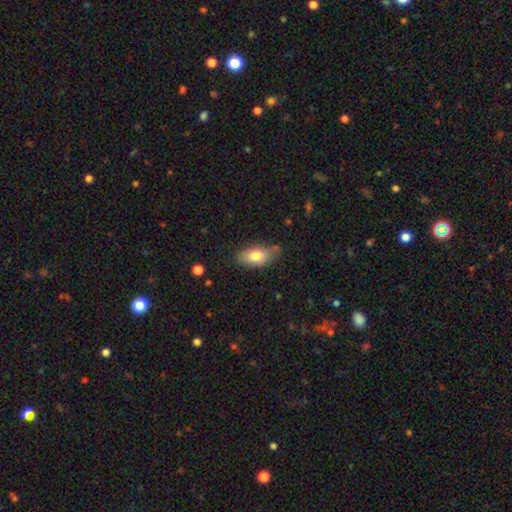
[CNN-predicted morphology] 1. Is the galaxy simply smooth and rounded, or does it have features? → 78% smooth, 15% featured or disk, 7% star or artifact.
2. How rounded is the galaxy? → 89% in between, 7% cigar-shaped, 4% round.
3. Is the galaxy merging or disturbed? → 72% none, 21% minor disturbance, 4% major disturbance, 3% merger.